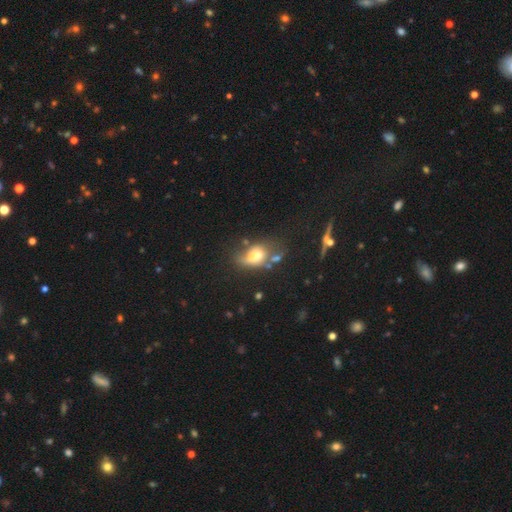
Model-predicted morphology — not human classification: type=smooth (63%); roundness=in between (77%); merging=none (33%).